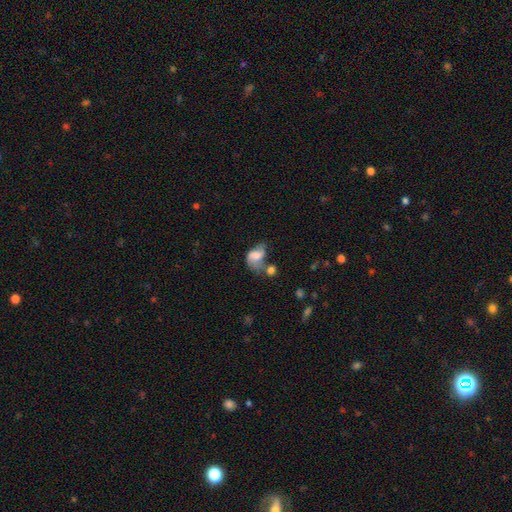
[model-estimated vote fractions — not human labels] Morphology: type=smooth (58%); roundness=in between (78%); merging=merger (27%).